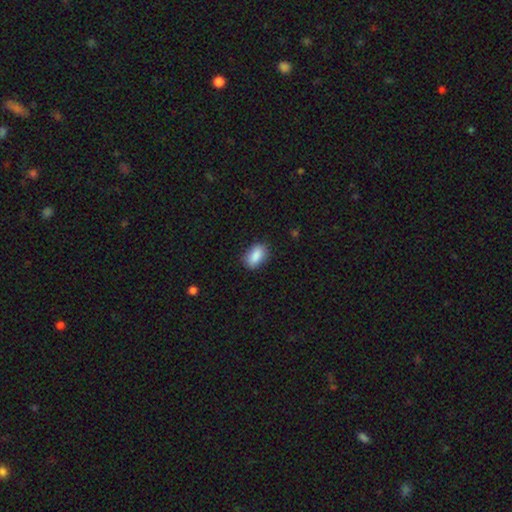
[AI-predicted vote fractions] The model was most divided on "merging": none: 84%, minor disturbance: 12%, major disturbance: 3%, merger: 1%. More confident: how rounded — in between (90%); smooth or featured — smooth (89%).